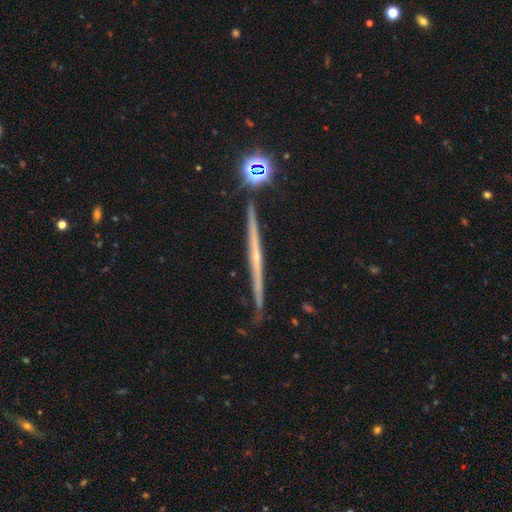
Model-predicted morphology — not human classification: type=featured or disk (74%); edge-on=yes (97%); edge-on bulge=none (61%); merging=none (85%).